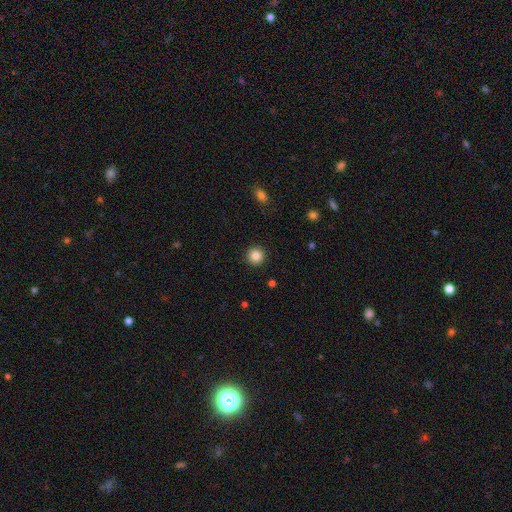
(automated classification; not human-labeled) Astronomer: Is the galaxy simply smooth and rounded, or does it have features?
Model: smooth — 84%.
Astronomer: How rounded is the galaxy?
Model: round — 95%.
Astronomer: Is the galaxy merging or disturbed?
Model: none — 92%.